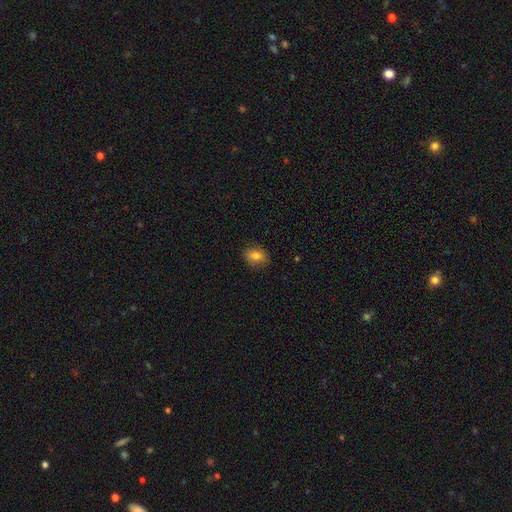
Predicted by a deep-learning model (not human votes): A smooth galaxy with no disk features (80%) that is in between round and cigar-shaped (63%). Merging: none (84%).